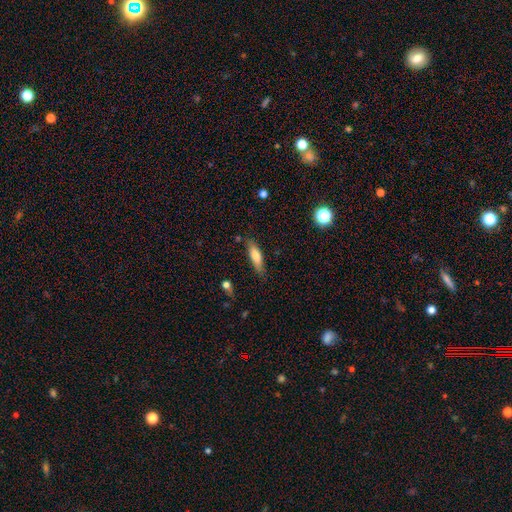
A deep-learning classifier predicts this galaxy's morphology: Q: Smooth or featured?
A: smooth (71%); runner-up: featured or disk (22%)
Q: How rounded?
A: cigar-shaped (59%); runner-up: in between (39%)
Q: Merging?
A: none (77%); runner-up: minor disturbance (17%)